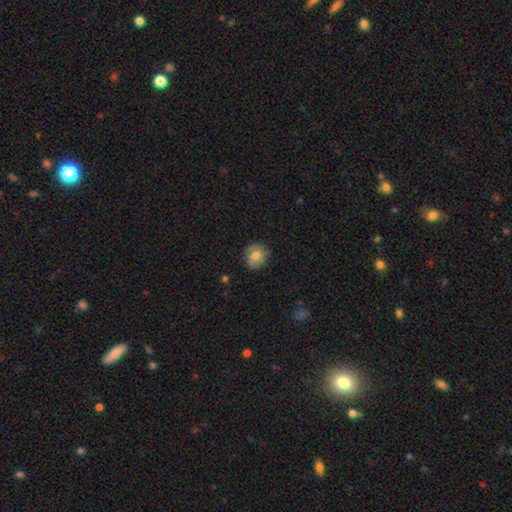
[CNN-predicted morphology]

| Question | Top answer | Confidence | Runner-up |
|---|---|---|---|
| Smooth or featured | smooth | 65% | featured or disk (26%) |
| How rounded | round | 73% | in between (26%) |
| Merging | none | 74% | minor disturbance (20%) |